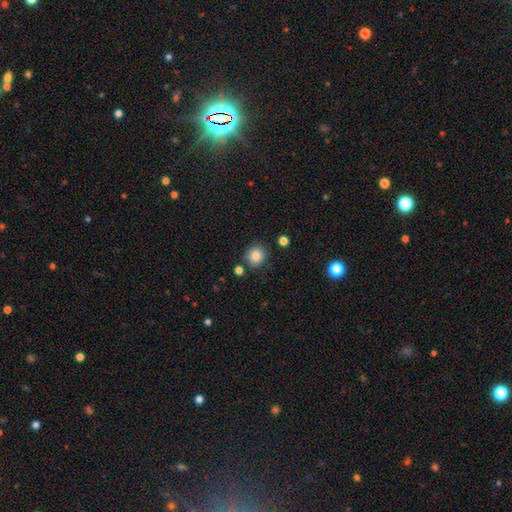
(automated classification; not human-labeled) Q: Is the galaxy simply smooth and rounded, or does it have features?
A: smooth — 84%.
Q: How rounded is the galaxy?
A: round — 88%.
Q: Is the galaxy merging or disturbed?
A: none — 83%.